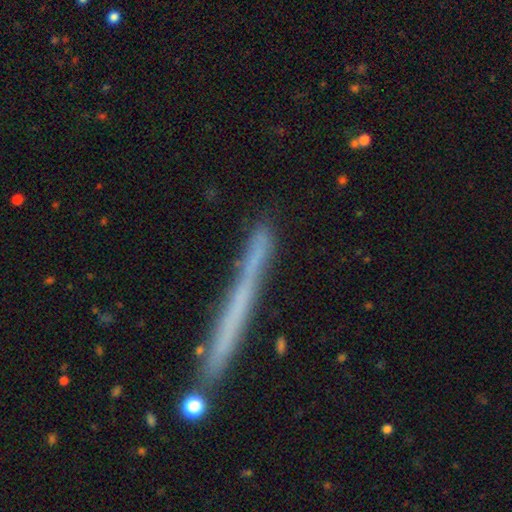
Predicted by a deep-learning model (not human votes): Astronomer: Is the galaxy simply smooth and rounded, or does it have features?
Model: featured or disk — 50% (runner-up: smooth, 42%).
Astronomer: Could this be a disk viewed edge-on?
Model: yes — 95%.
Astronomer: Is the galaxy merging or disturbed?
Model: none — 81%.